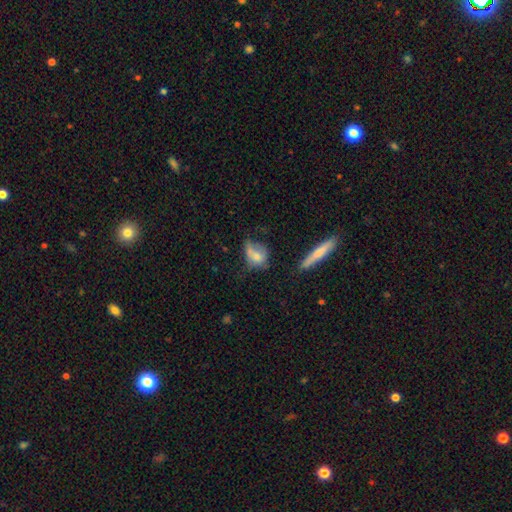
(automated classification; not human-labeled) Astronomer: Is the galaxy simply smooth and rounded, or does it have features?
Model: smooth — 64%.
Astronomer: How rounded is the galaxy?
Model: in between — 63%.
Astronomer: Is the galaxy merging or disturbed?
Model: none — 31% (runner-up: minor disturbance, 30%).